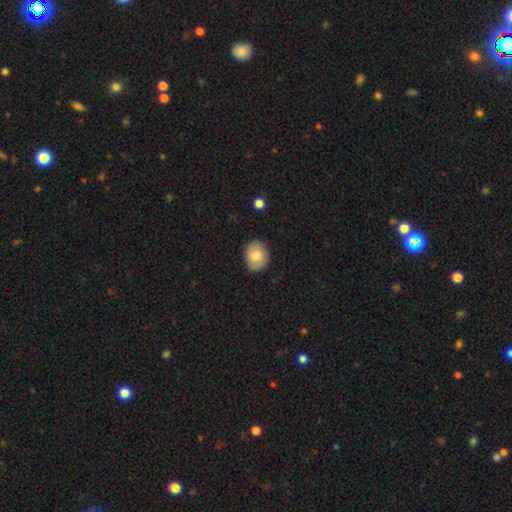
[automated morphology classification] smooth_or_featured: smooth (p=0.77) [alt: featured or disk p=0.15]
how_rounded: round (p=0.63) [alt: in between p=0.36]
merging: none (p=0.84) [alt: minor disturbance p=0.12]